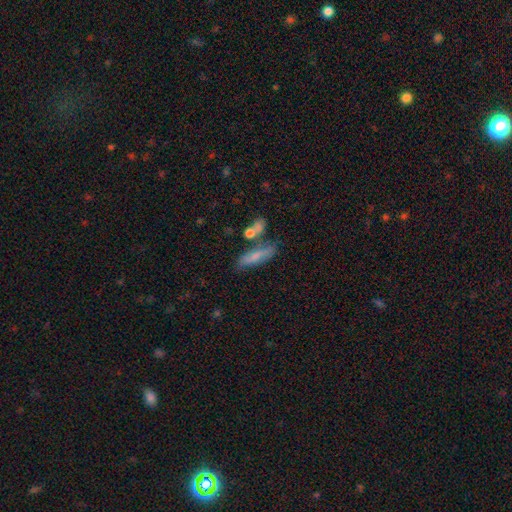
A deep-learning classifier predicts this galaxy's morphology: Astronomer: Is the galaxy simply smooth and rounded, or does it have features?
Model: smooth — 64%.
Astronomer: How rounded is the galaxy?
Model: cigar-shaped — 62%.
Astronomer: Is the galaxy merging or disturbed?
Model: none — 61%.